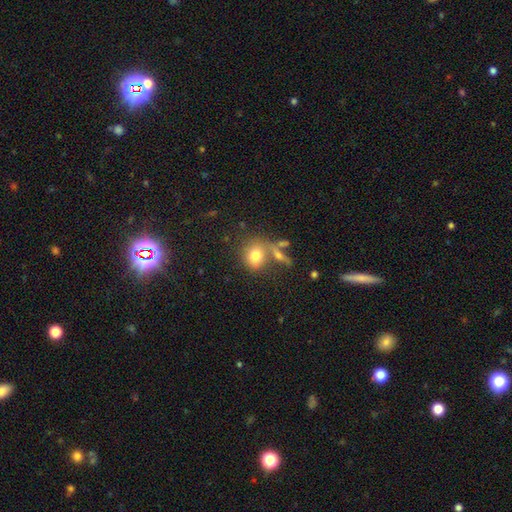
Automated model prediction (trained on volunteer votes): Smooth or featured? Predicted: smooth (p=0.76). How rounded? Predicted: round (p=0.73). Merging? Predicted: none (p=0.52).